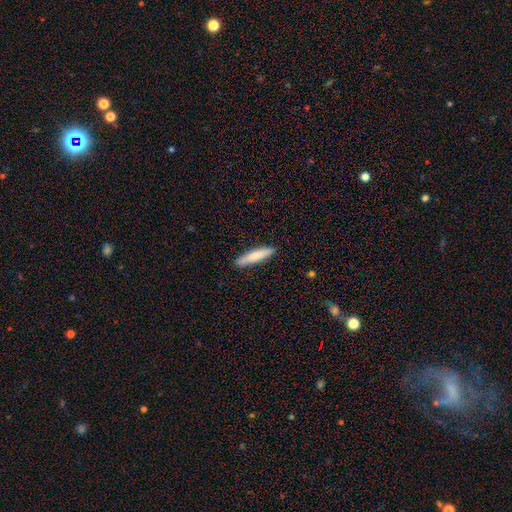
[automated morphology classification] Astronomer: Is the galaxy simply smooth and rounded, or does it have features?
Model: smooth — 78%.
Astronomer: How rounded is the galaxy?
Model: cigar-shaped — 85%.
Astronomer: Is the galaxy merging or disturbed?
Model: none — 89%.